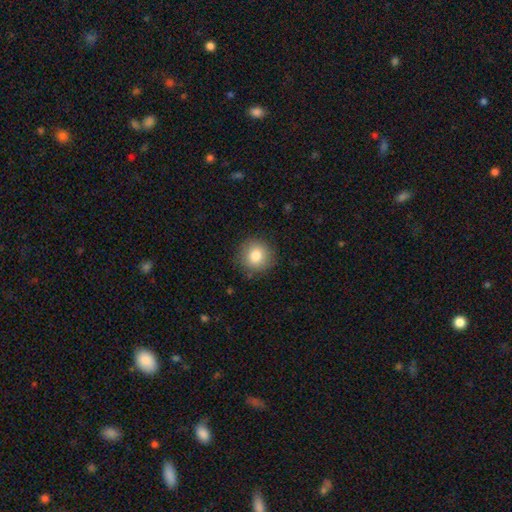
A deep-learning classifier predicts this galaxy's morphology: Smooth or featured: smooth — 83% (star or artifact — 9%)
How rounded: round — 92% (in between — 7%)
Merging: none — 87% (minor disturbance — 9%)